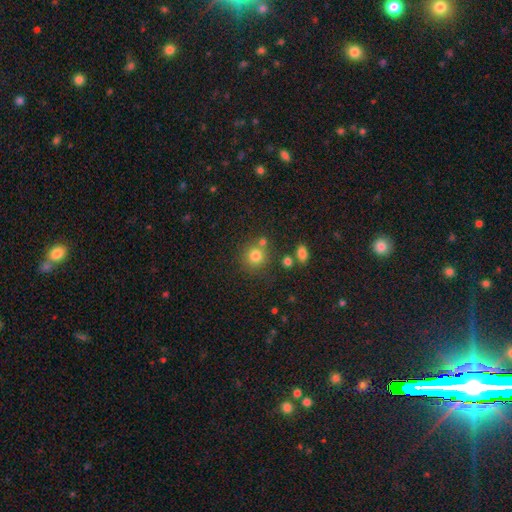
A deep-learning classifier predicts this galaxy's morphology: This is likely a smooth galaxy (79%). How rounded: clearly round (89%). Merging: likely none (71%).